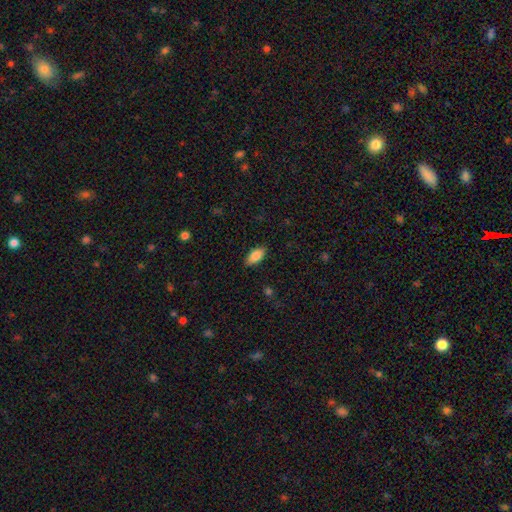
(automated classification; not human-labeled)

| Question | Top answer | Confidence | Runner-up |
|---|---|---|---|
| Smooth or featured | smooth | 85% | featured or disk (8%) |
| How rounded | in between | 90% | cigar-shaped (7%) |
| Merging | none | 87% | minor disturbance (10%) |